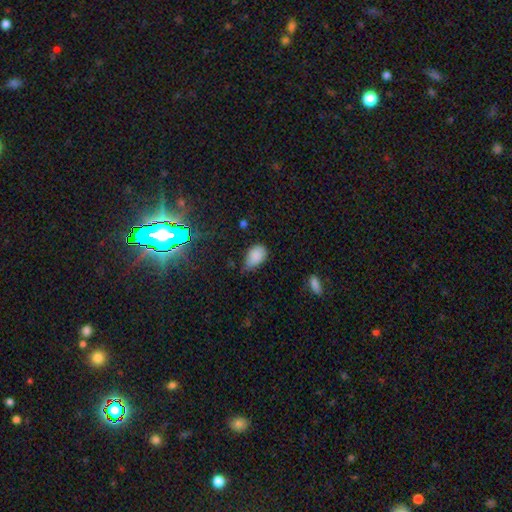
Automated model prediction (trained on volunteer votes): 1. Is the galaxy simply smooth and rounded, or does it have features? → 84% smooth, 10% star or artifact, 6% featured or disk.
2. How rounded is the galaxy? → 87% in between, 12% round, 1% cigar-shaped.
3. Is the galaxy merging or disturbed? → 48% minor disturbance, 39% none, 10% major disturbance, 3% merger.